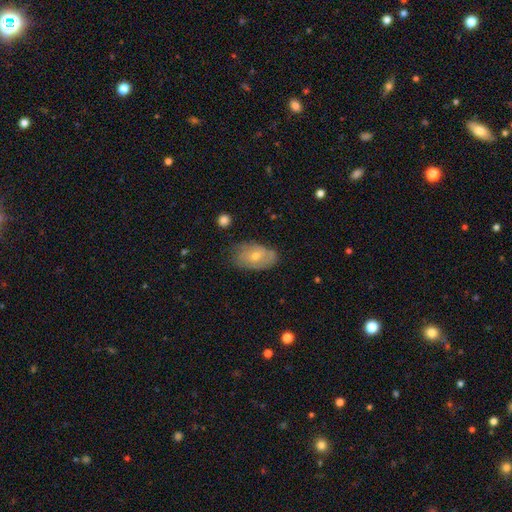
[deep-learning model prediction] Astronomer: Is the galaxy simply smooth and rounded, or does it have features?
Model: featured or disk — 49% (runner-up: smooth, 42%).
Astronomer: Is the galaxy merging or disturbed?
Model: none — 69%.